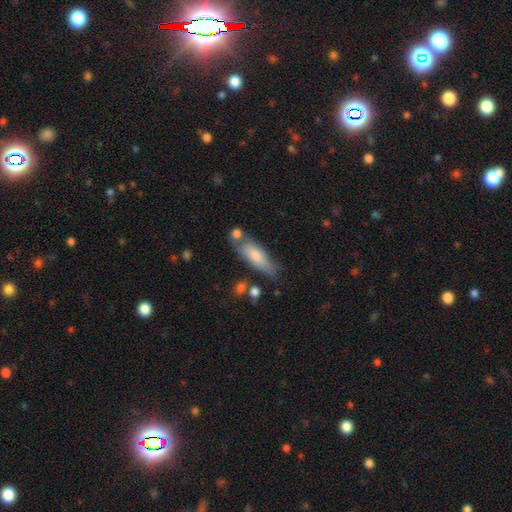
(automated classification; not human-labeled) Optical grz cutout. It shows a smooth galaxy with no disk features (75%) that is in between round and cigar-shaped (55%). Merging: none (58%).